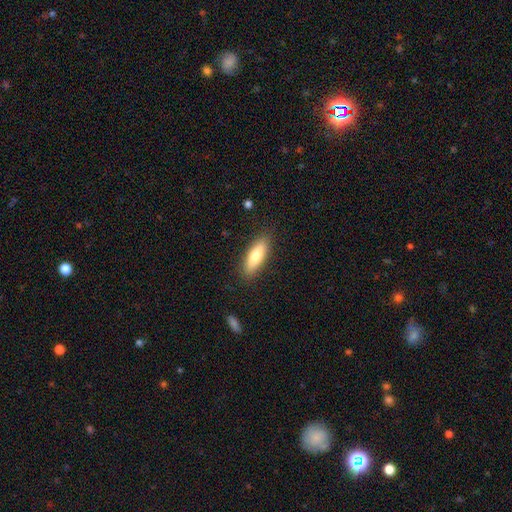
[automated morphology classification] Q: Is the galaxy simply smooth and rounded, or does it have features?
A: smooth — 75%.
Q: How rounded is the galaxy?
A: in between — 55%.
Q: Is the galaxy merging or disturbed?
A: none — 86%.